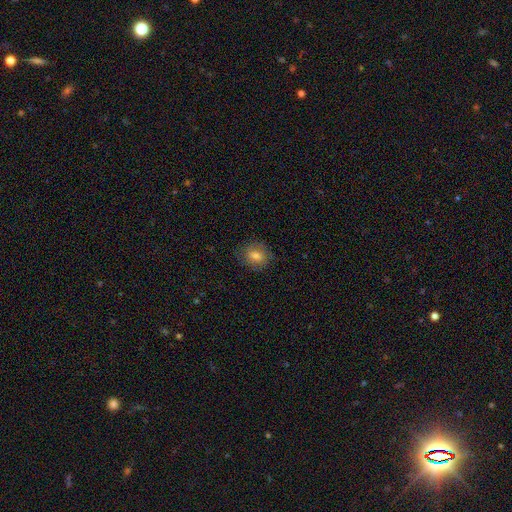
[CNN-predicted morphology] The model was most divided on "how rounded": round: 62%, in between: 37%, cigar-shaped: 1%. More confident: merging — none (81%); smooth or featured — smooth (70%).